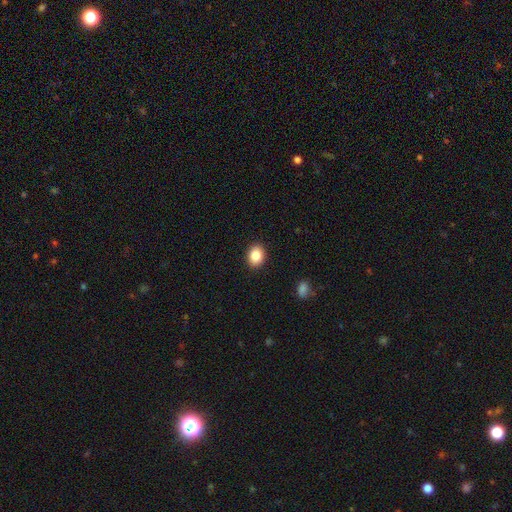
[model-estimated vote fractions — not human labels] A smooth galaxy with no disk features (86%) that is in between round and cigar-shaped (57%). Merging: none (90%).